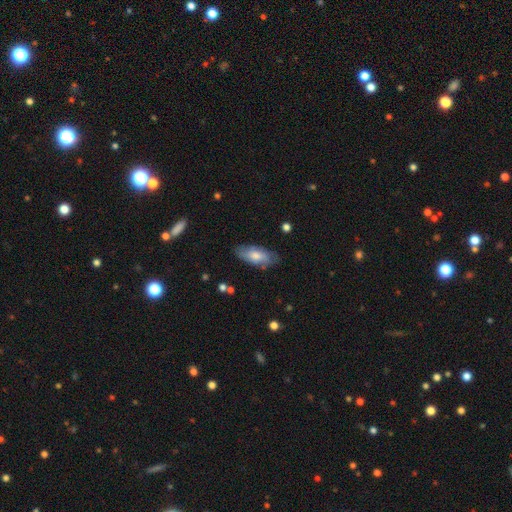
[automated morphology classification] A smooth galaxy with no disk features (65%) that is in between round and cigar-shaped (83%). Merging: none (75%).